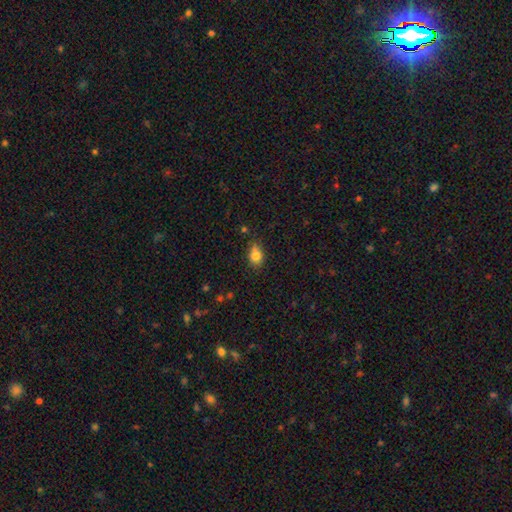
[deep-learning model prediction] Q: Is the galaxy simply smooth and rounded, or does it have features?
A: smooth — 81%.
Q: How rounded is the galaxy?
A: in between — 66%.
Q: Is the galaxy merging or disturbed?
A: none — 69%.